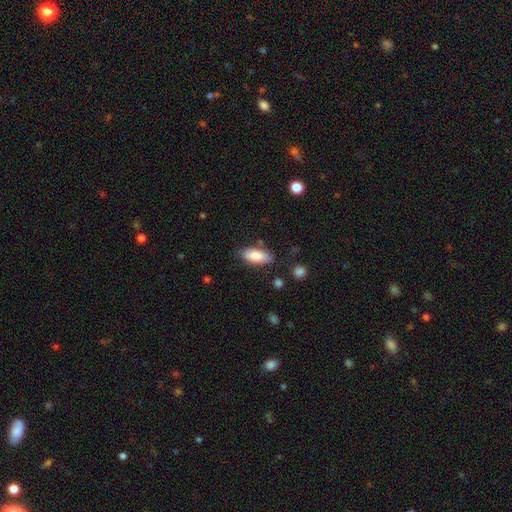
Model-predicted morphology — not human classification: This is clearly a smooth galaxy (82%). How rounded: clearly in between (88%). Merging: likely none (76%).